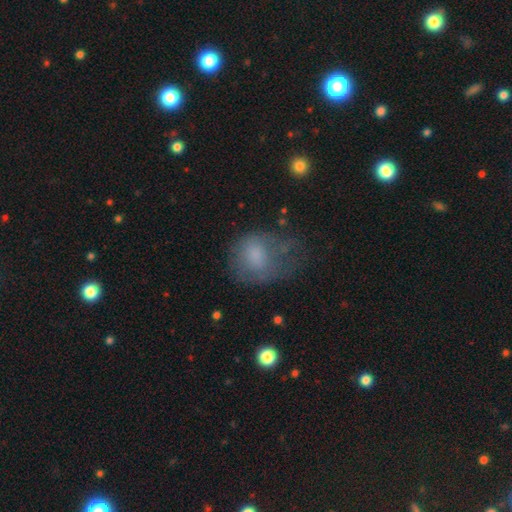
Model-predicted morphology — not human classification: Smooth or featured?
  - smooth: 65% *
  - featured or disk: 24%
  - star or artifact: 11%
How rounded?
  - round: 51% *
  - in between: 48%
  - cigar-shaped: 1%
Merging?
  - major disturbance: 40% *
  - none: 30%
  - minor disturbance: 27%
  - merger: 3%